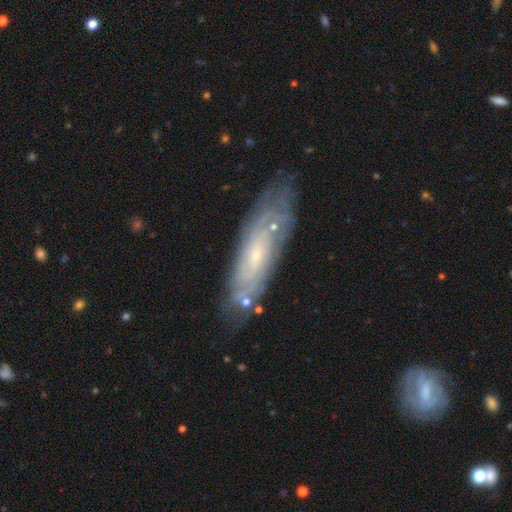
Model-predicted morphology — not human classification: A featured or disk galaxy (64%). Merging: none (74%).